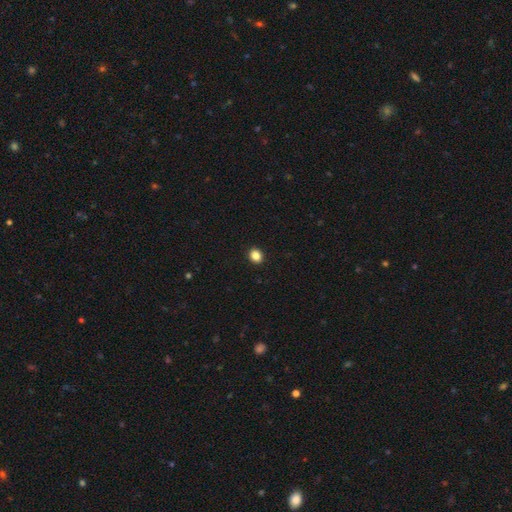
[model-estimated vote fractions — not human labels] smooth 85%, star or artifact 11%, featured or disk 4%. Down the decision tree: how rounded — round (63%); merging — none (92%).